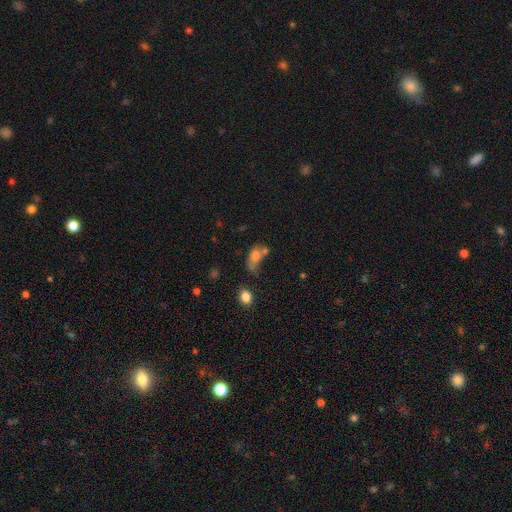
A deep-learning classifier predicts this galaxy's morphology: Q: Smooth or featured?
A: smooth (68%); runner-up: featured or disk (18%)
Q: How rounded?
A: in between (70%); runner-up: round (26%)
Q: Merging?
A: merger (40%); runner-up: none (24%)